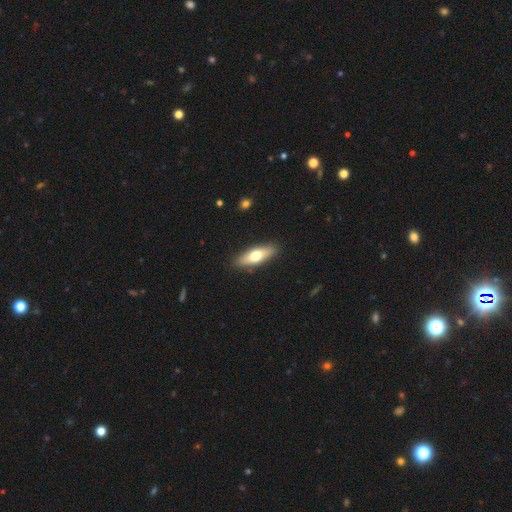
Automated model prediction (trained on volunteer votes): Smooth or featured?
  - smooth: 63% *
  - featured or disk: 31%
  - star or artifact: 5%
How rounded?
  - in between: 54% *
  - cigar-shaped: 43%
  - round: 2%
Merging?
  - none: 89% *
  - minor disturbance: 8%
  - major disturbance: 2%
  - merger: 1%